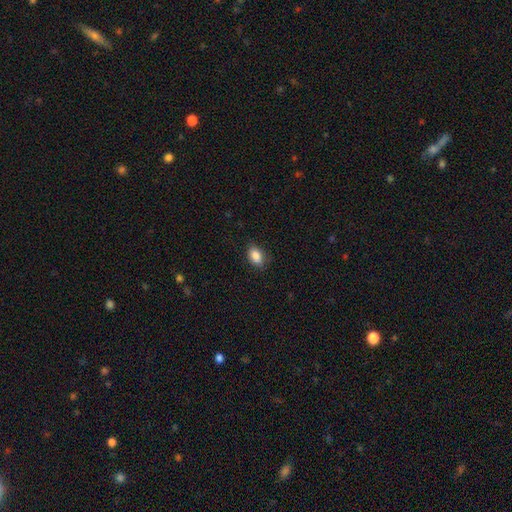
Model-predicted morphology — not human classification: Smooth or featured? smooth (86%)
How rounded? in between (85%)
Merging? none (80%)